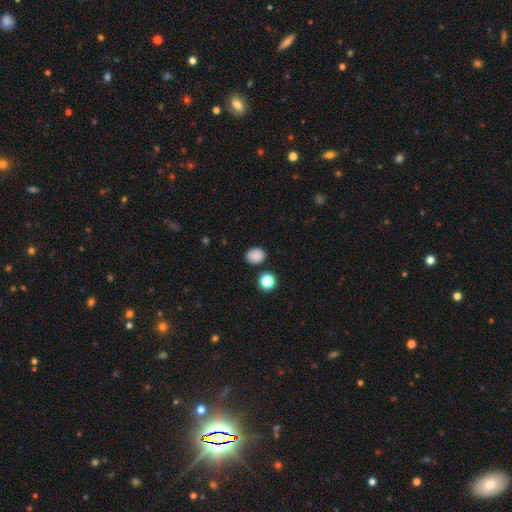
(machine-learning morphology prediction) smooth-or-featured: smooth: 86% | star or artifact: 11% | featured or disk: 3%
  how-rounded: round: 58% | in between: 41% | cigar-shaped: 1%
  merging: none: 86% | minor disturbance: 9% | merger: 3% | major disturbance: 2%